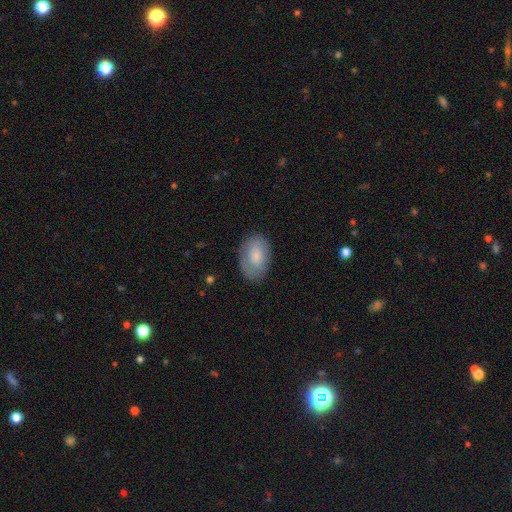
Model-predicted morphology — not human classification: type=smooth (73%); roundness=in between (89%); merging=none (74%).